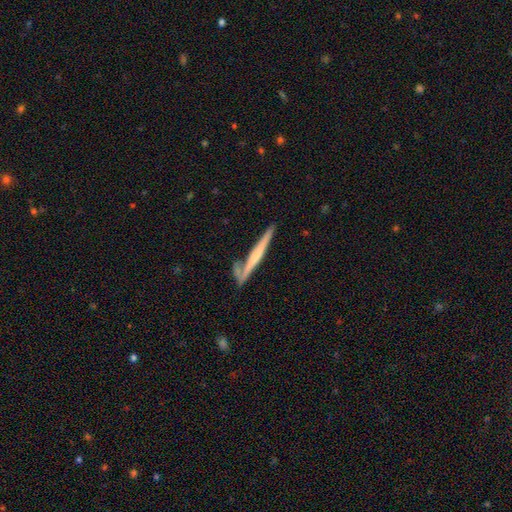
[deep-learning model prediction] Overall: featured or disk (52%; smooth 42%). Edge-on disk: yes (95%). Merging: none (68%).